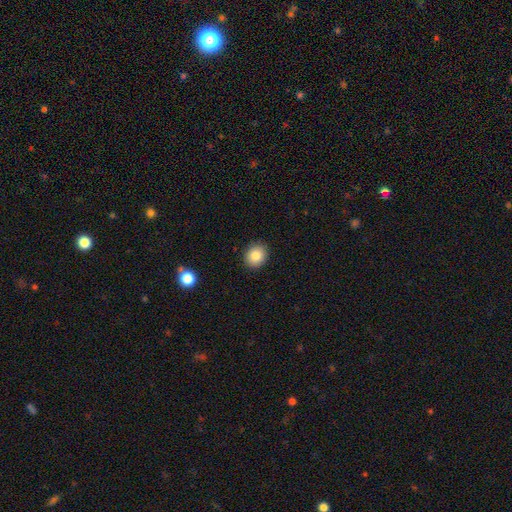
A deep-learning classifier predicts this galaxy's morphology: This is clearly a smooth galaxy (84%). How rounded: likely round (68%). Merging: clearly none (90%).